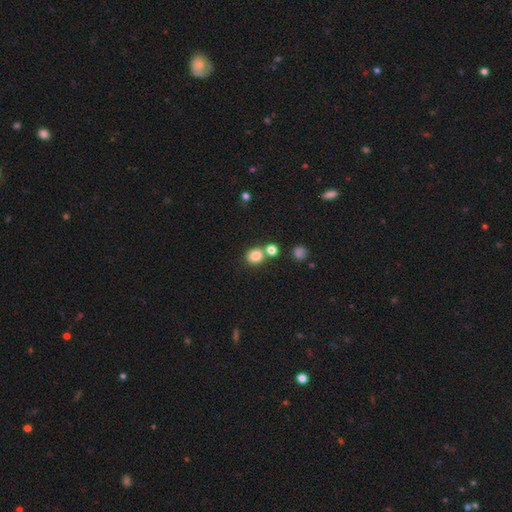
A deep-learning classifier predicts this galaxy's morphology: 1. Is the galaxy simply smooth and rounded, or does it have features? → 83% smooth, 11% star or artifact, 5% featured or disk.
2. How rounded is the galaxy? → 72% round, 27% in between, 1% cigar-shaped.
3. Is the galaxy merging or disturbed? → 63% none, 25% merger, 9% minor disturbance, 3% major disturbance.